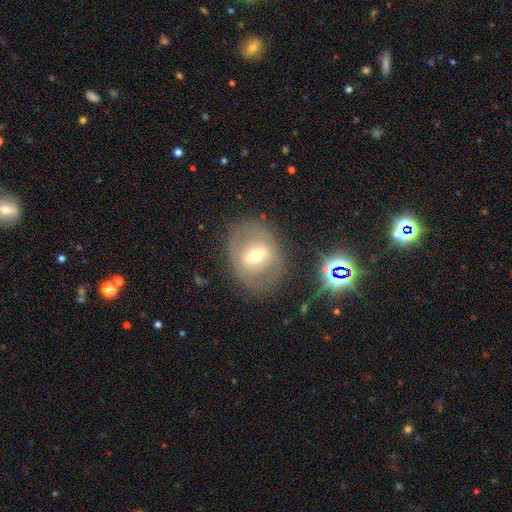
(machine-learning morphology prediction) A featured or disk galaxy (49%). Merging: none (75%).